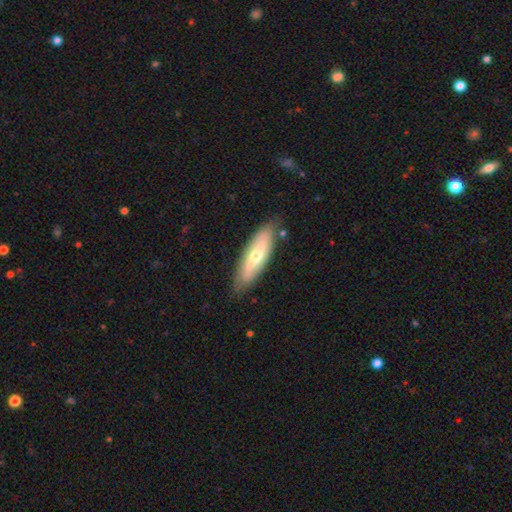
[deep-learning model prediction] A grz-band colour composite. It shows a featured or disk galaxy (57%). Merging: none (82%).